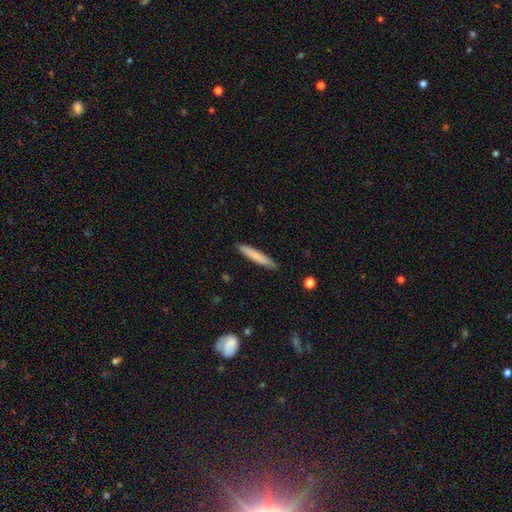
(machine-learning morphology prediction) smooth-or-featured: smooth: 79% | featured or disk: 15% | star or artifact: 6%
  how-rounded: cigar-shaped: 93% | in between: 6% | round: 1%
  merging: none: 90% | minor disturbance: 7% | major disturbance: 1% | merger: 1%